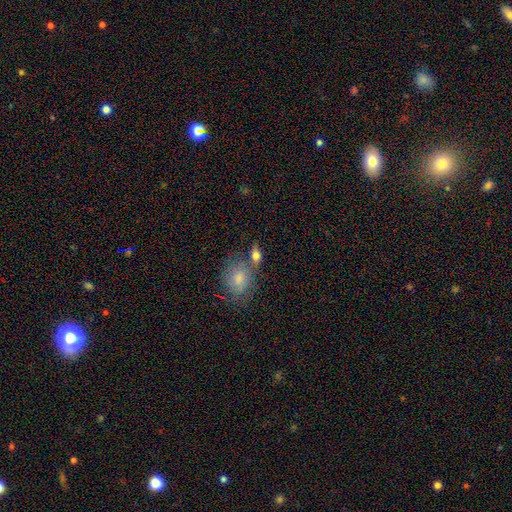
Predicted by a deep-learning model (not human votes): Smooth or featured? smooth (73%)
How rounded? in between (69%)
Merging? none (55%)